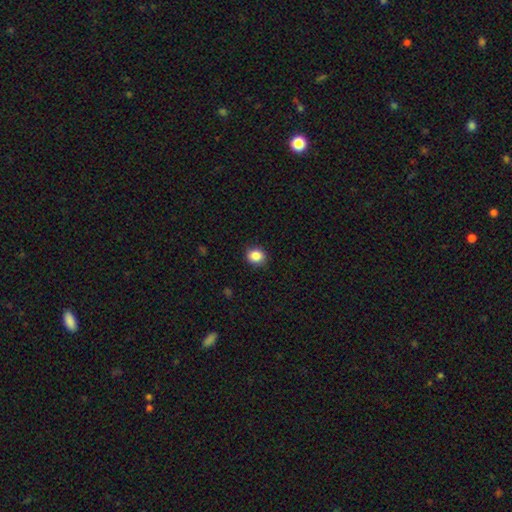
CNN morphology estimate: Smooth or featured? smooth (87%)
How rounded? round (76%)
Merging? none (90%)